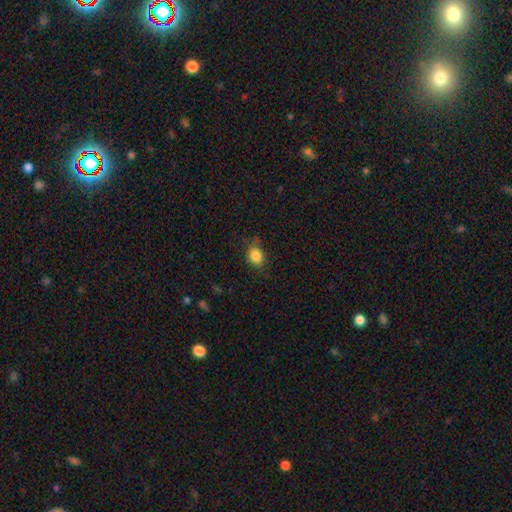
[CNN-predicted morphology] This appears to be a smooth galaxy with no disk features (85%) that is in between round and cigar-shaped (52%). Merging: none (73%).